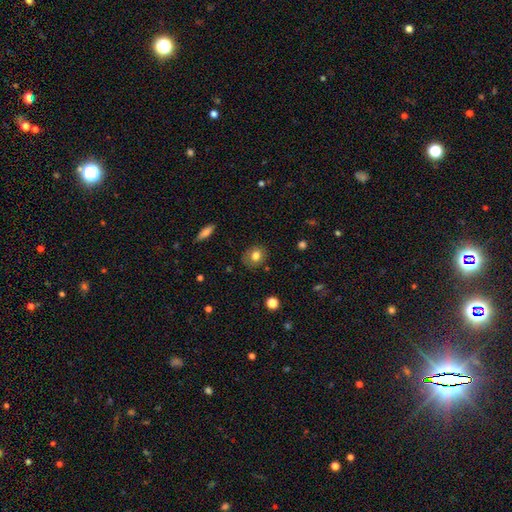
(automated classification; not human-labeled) smooth 77%, featured or disk 13%, star or artifact 10%. Down the decision tree: how rounded — round (72%); merging — none (82%).